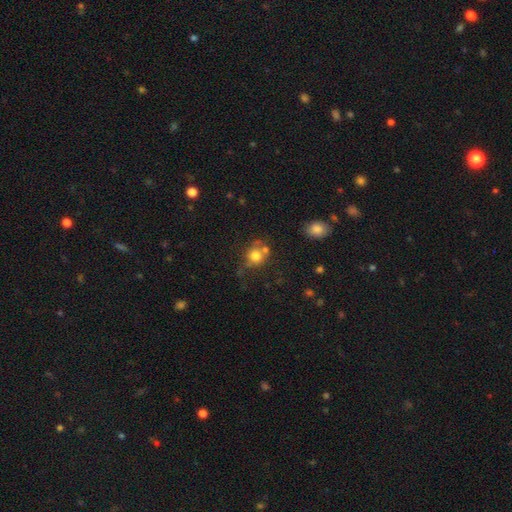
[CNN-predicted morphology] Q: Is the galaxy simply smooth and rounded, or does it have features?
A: smooth — 74%.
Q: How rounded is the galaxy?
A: round — 78%.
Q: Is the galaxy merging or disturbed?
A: none — 50%.